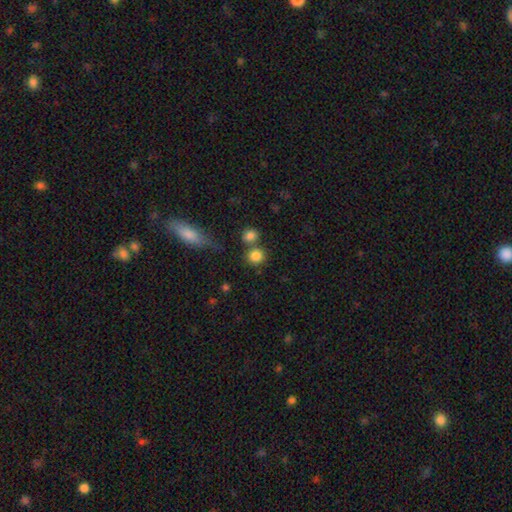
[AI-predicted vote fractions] This appears to be a smooth galaxy with no disk features (84%) that is round (83%). Merging: none (65%).